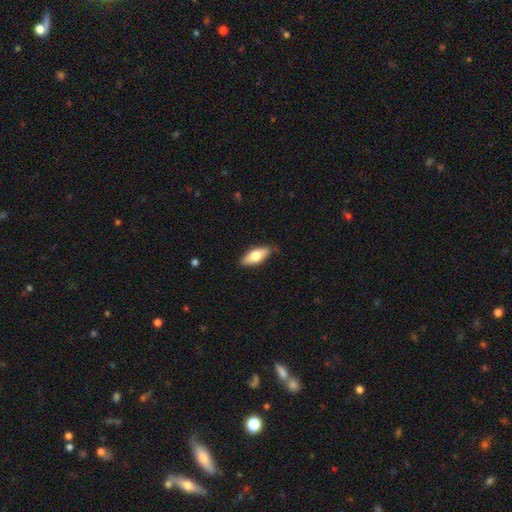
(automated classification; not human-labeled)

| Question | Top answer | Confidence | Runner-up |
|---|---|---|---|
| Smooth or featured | smooth | 69% | featured or disk (25%) |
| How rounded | in between | 78% | cigar-shaped (19%) |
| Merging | none | 81% | minor disturbance (16%) |